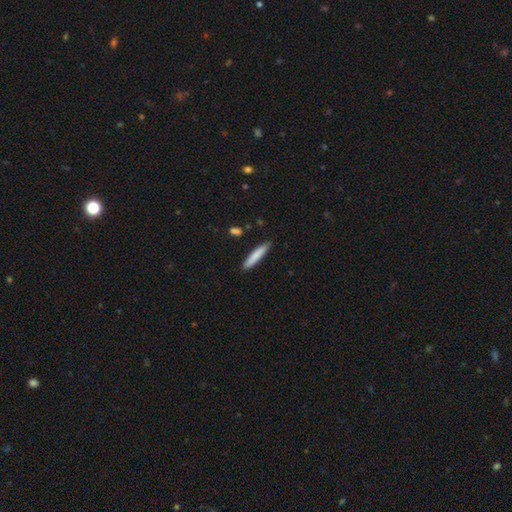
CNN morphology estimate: type=smooth (82%); roundness=cigar-shaped (91%); merging=none (86%).